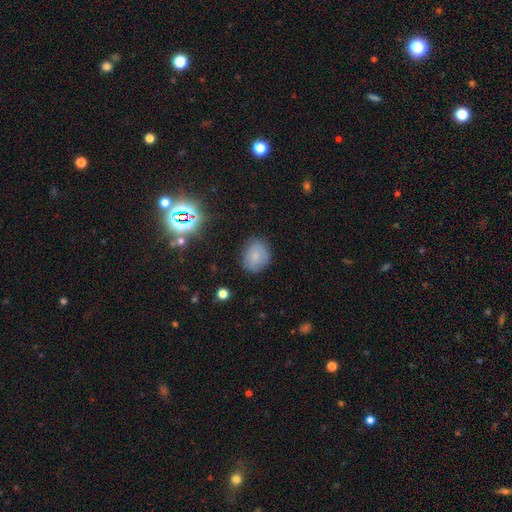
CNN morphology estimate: Smooth or featured? Predicted: smooth (p=0.76). How rounded? Predicted: round (p=0.55). Merging? Predicted: none (p=0.79).